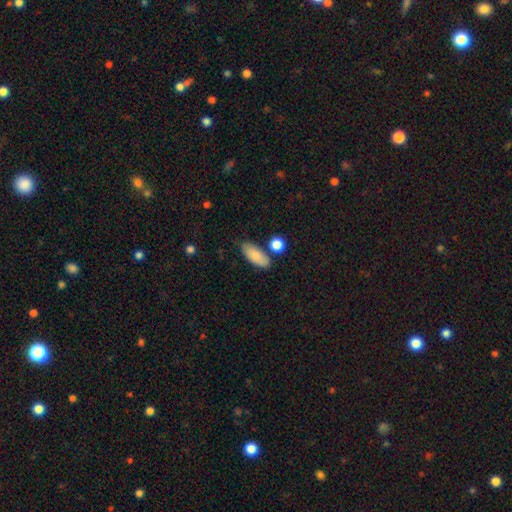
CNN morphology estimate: Q: Smooth or featured?
A: smooth (84%); runner-up: featured or disk (10%)
Q: How rounded?
A: in between (83%); runner-up: cigar-shaped (14%)
Q: Merging?
A: none (73%); runner-up: minor disturbance (15%)